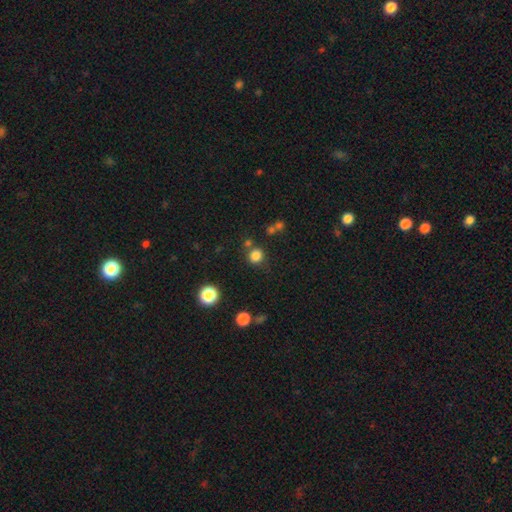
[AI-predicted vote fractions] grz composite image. It shows a smooth galaxy with no disk features (81%) that is round (88%). Merging: none (77%).